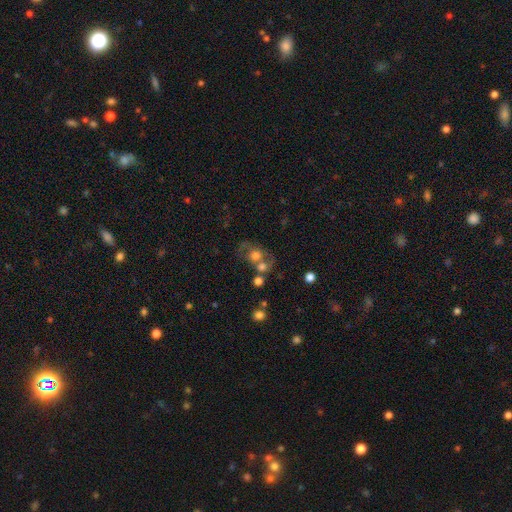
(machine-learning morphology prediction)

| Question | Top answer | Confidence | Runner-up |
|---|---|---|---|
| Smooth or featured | smooth | 57% | featured or disk (30%) |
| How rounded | round | 68% | in between (31%) |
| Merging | merger | 40% | none (37%) |